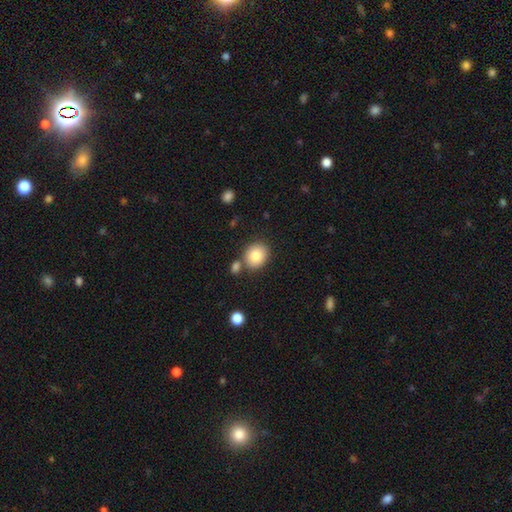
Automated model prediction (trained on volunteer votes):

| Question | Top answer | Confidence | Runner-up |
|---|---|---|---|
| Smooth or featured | smooth | 82% | featured or disk (9%) |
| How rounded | round | 69% | in between (30%) |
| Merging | none | 73% | merger (14%) |